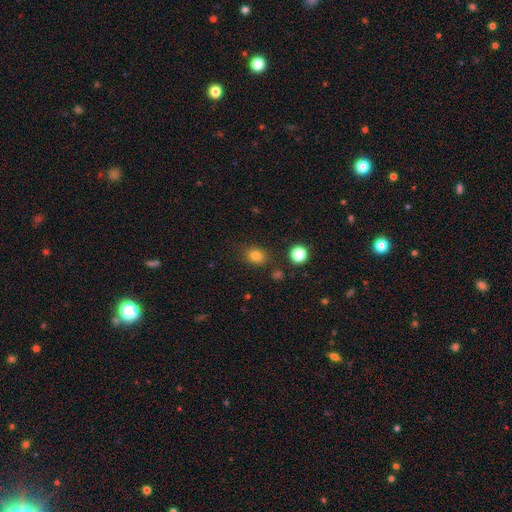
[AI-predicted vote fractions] smooth_or_featured: smooth (p=0.81) [alt: star or artifact p=0.13]
how_rounded: round (p=0.51) [alt: in between p=0.48]
merging: none (p=0.82) [alt: minor disturbance p=0.11]